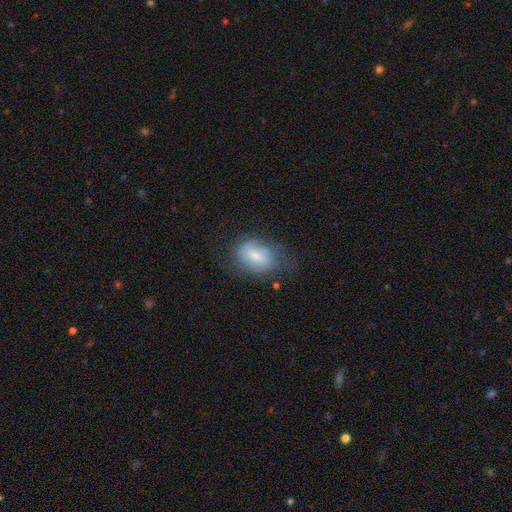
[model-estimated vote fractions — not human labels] Morphology: type=smooth (57%); roundness=in between (74%); merging=none (50%).